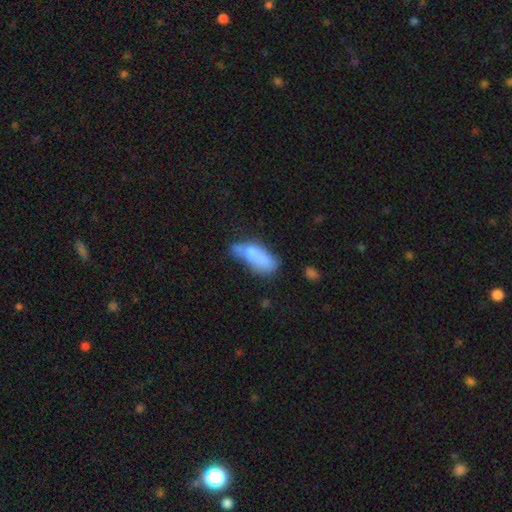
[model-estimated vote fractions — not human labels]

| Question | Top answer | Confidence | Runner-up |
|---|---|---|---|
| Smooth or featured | smooth | 69% | featured or disk (22%) |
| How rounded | in between | 72% | cigar-shaped (25%) |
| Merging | none | 30% | minor disturbance (28%) |